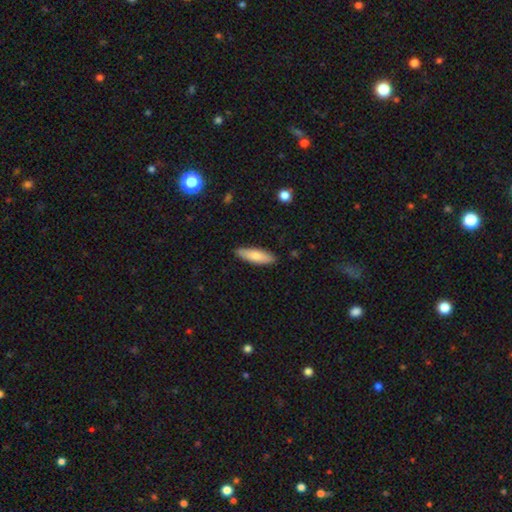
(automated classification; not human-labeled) A smooth galaxy with no disk features (77%) that is cigar-shaped (49%, tied with in between). Merging: none (87%).